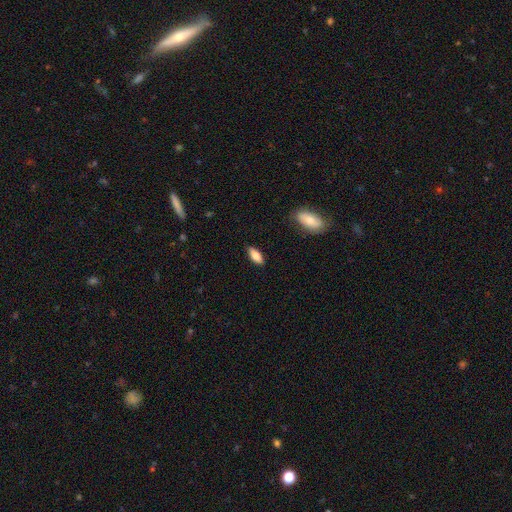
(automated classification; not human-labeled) smooth 81%, featured or disk 12%, star or artifact 6%. Down the decision tree: how rounded — in between (78%); merging — none (86%).